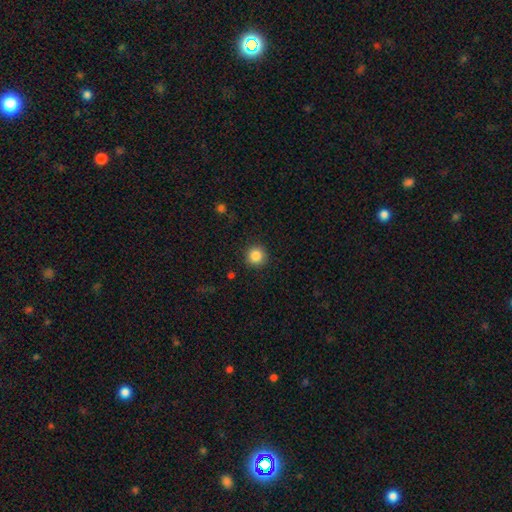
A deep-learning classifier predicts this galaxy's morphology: smooth 86%, star or artifact 10%, featured or disk 4%. Down the decision tree: how rounded — round (95%); merging — none (91%).